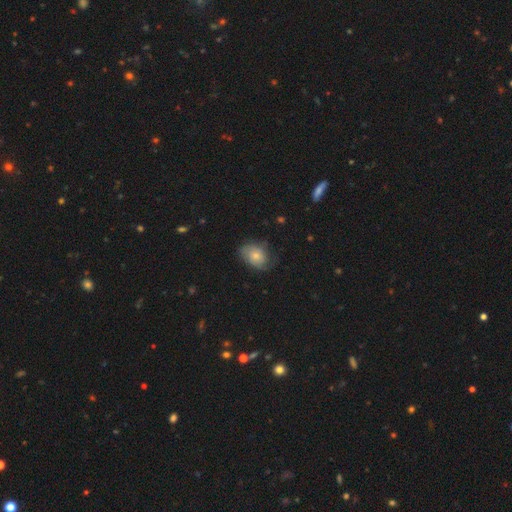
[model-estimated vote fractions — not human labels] Overall: smooth (66%; featured or disk 26%). How rounded: in between (69%; round 30%). Merging: none (61%; minor disturbance 28%).